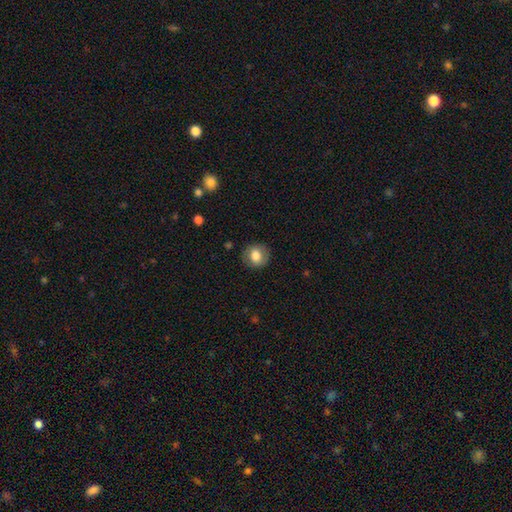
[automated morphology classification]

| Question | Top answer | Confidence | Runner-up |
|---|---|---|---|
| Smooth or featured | smooth | 77% | featured or disk (15%) |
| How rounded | round | 77% | in between (22%) |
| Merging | none | 84% | minor disturbance (11%) |